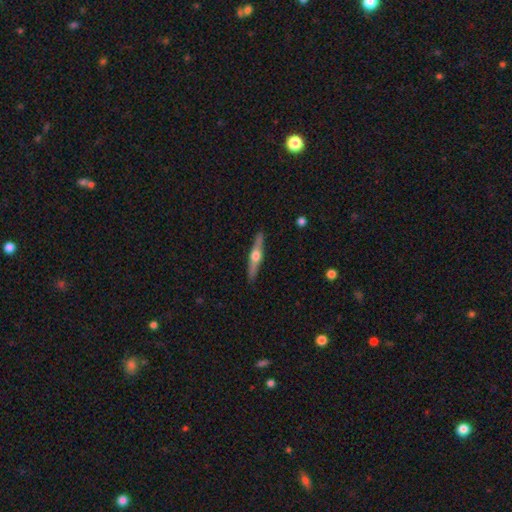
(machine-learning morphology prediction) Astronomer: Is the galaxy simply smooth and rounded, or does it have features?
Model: featured or disk — 70%.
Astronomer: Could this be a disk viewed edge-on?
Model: yes — 97%.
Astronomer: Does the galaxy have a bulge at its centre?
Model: rounded — 95%.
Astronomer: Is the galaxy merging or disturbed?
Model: none — 91%.